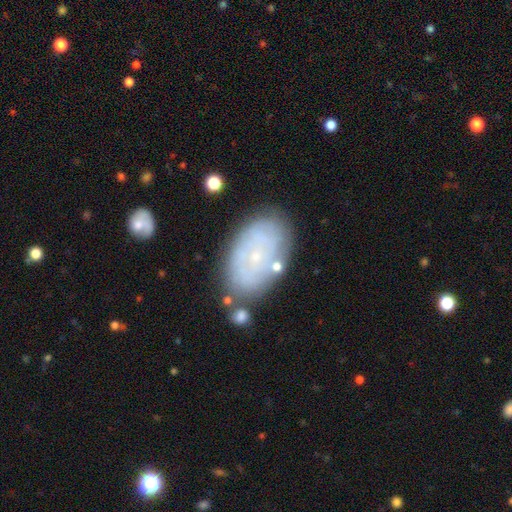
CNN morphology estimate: A featured or disk galaxy (66%) with no bar (82%), spiral arms (76%) and a small central bulge (85%). Merging: none (75%).